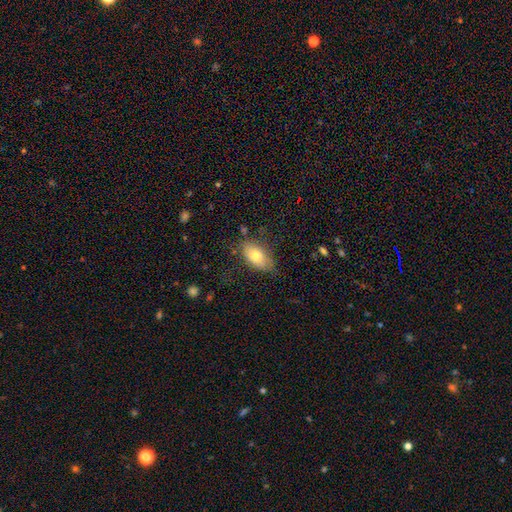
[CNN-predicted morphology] A smooth galaxy with no disk features (75%) that is in between round and cigar-shaped (90%). Merging: none (72%).